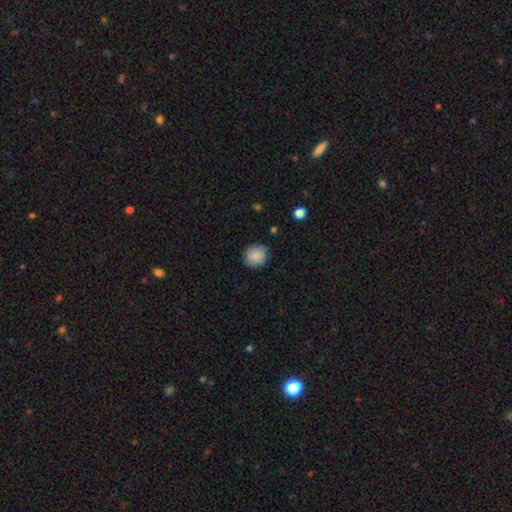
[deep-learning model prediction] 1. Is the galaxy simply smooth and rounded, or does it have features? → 87% smooth, 8% star or artifact, 5% featured or disk.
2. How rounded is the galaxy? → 86% round, 13% in between, 1% cigar-shaped.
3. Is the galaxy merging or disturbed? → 86% none, 10% minor disturbance, 2% major disturbance, 1% merger.